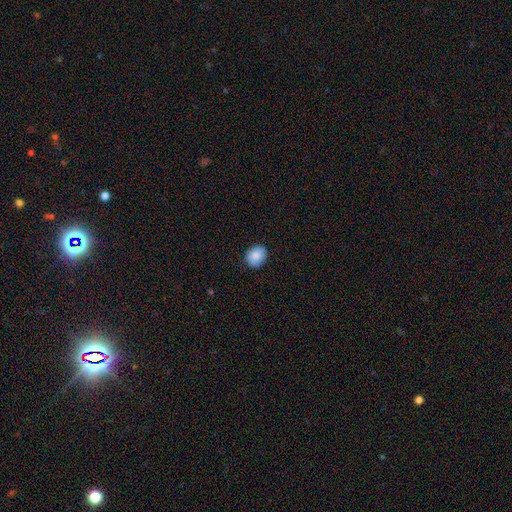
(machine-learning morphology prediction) This appears to be a smooth galaxy with no disk features (85%) that is round (72%). Merging: none (86%).